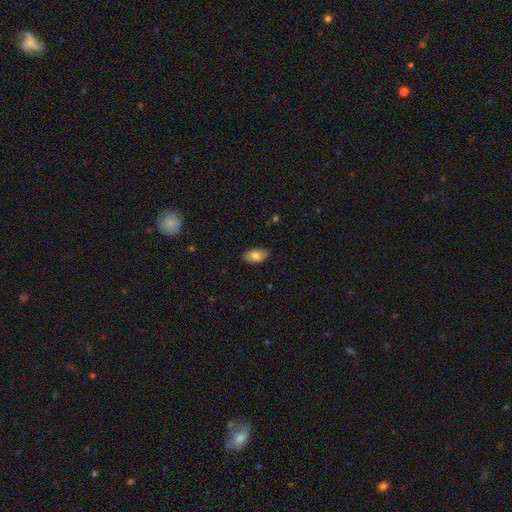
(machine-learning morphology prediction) Smooth or featured? Predicted: smooth (p=0.80). How rounded? Predicted: in between (p=0.93). Merging? Predicted: none (p=0.86).